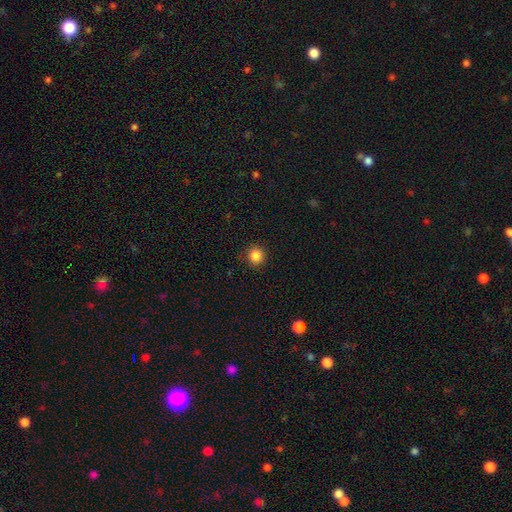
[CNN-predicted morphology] The model was most divided on "smooth or featured": smooth: 86%, star or artifact: 11%, featured or disk: 3%. More confident: how rounded — round (93%); merging — none (91%).